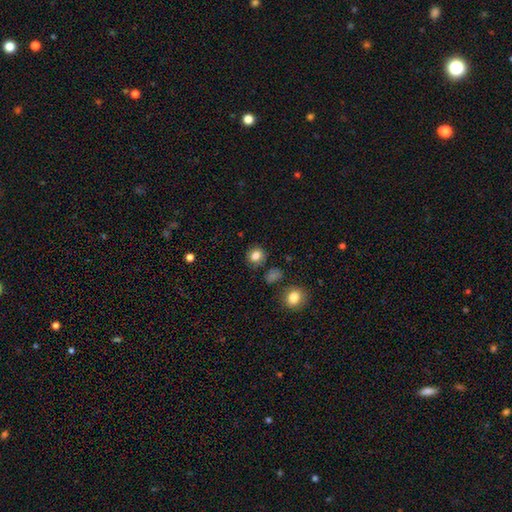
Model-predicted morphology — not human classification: The model was most divided on "how rounded": round: 74%, in between: 25%, cigar-shaped: 1%. More confident: smooth or featured — smooth (82%); merging — none (80%).